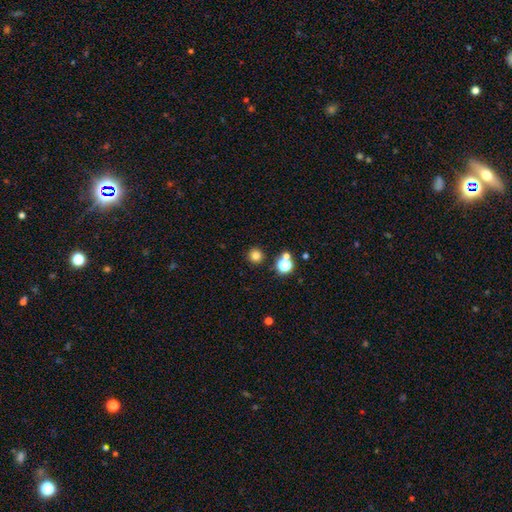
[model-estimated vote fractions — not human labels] Q: Smooth or featured?
A: smooth (79%); runner-up: star or artifact (16%)
Q: How rounded?
A: round (95%); runner-up: in between (4%)
Q: Merging?
A: none (89%); runner-up: minor disturbance (5%)